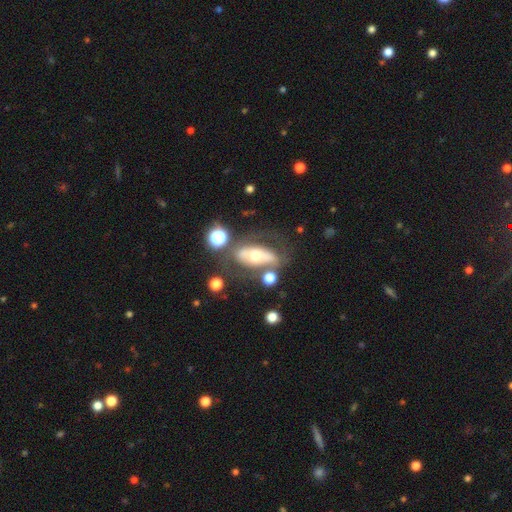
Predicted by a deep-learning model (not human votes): Overall: featured or disk (60%; smooth 32%). Edge-on disk: no (78%). Merging: none (56%; minor disturbance 18%).